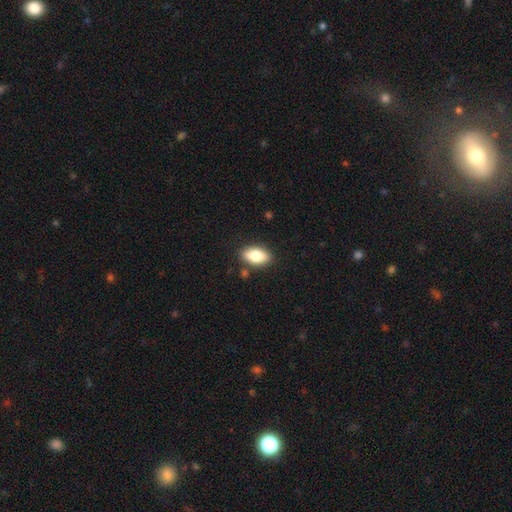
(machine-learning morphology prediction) type=smooth (82%); roundness=in between (91%); merging=none (85%).